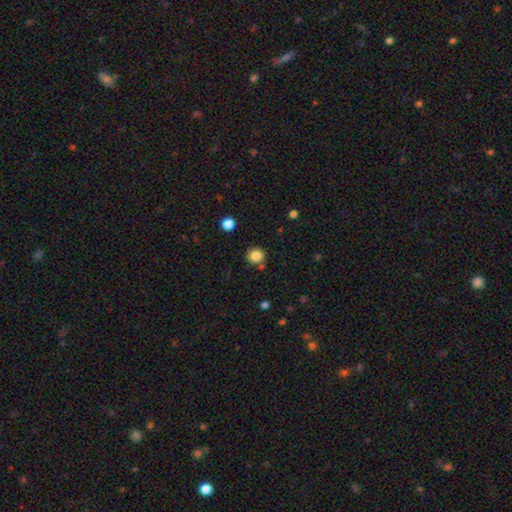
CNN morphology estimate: smooth 84%, star or artifact 11%, featured or disk 5%. Down the decision tree: how rounded — round (87%); merging — none (83%).